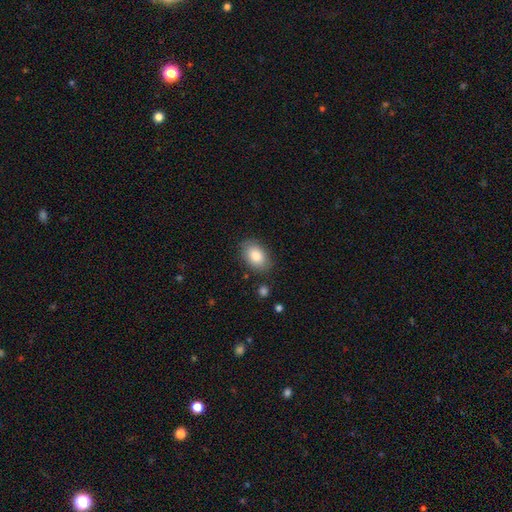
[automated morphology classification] Smooth or featured? smooth (84%)
How rounded? in between (89%)
Merging? none (83%)